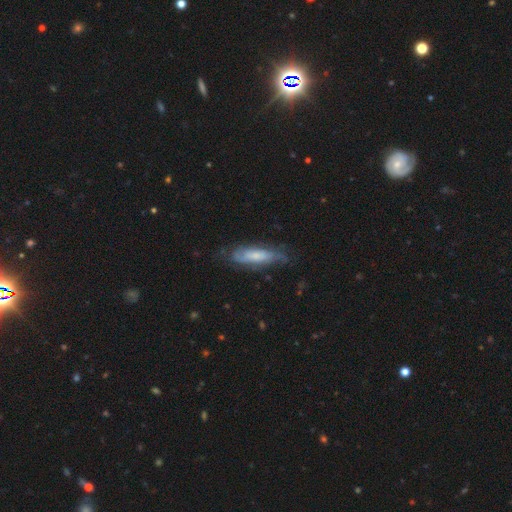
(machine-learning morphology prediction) A featured or disk galaxy (52%).

Vote fractions:
- Smooth or featured? featured or disk: 52% / smooth: 41% / star or artifact: 7%
- Edge-on disk? no: 68% / yes: 32%
- Merging? none: 62% / minor disturbance: 25% / major disturbance: 11% / merger: 2%